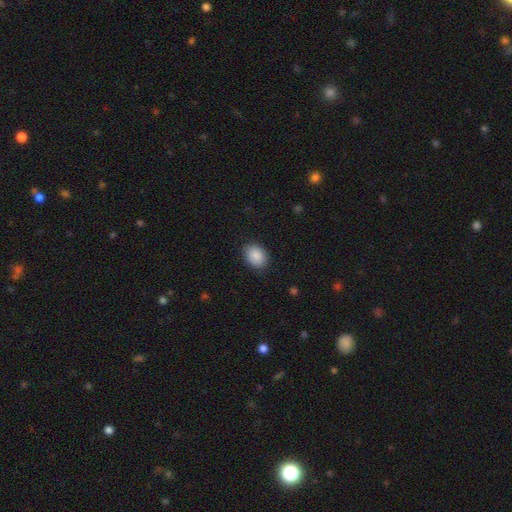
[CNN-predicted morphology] Smooth or featured? Predicted: smooth (p=0.89). How rounded? Predicted: in between (p=0.63). Merging? Predicted: none (p=0.85).